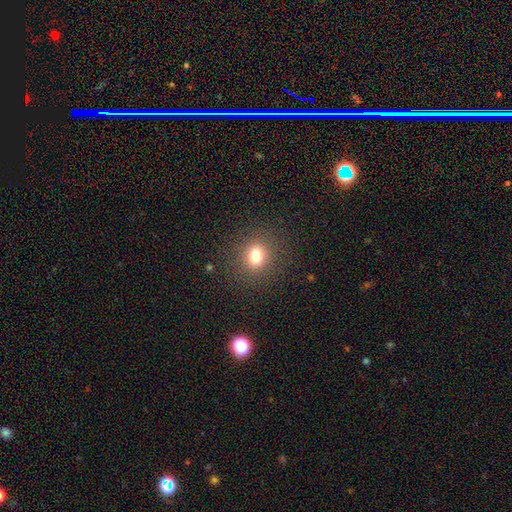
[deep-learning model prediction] A smooth galaxy with no disk features (76%) that is round (72%).

Vote fractions:
- Smooth or featured? smooth: 76% / star or artifact: 15% / featured or disk: 9%
- How rounded? round: 72% / in between: 27% / cigar-shaped: 1%
- Merging? none: 87% / minor disturbance: 8% / major disturbance: 4% / merger: 1%